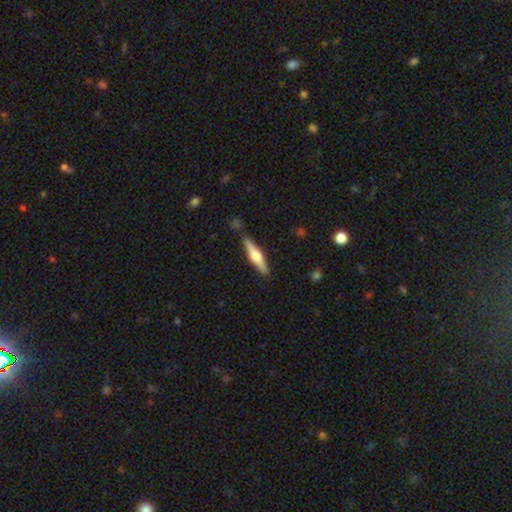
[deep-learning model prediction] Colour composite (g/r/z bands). It shows a featured or disk galaxy (58%) viewed edge-on (97%) with a rounded central bulge (91%). Merging: none (86%).